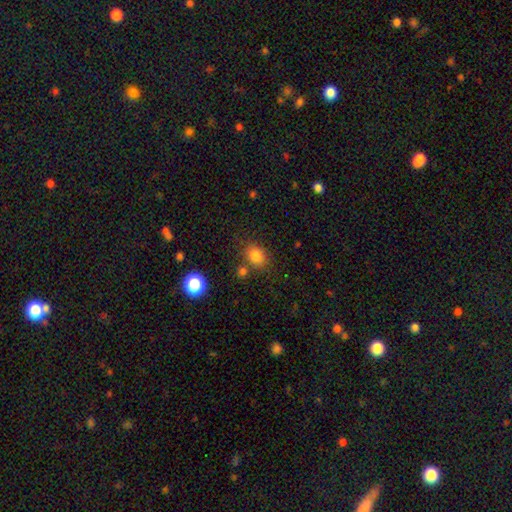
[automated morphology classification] Q: Smooth or featured?
A: smooth (82%); runner-up: star or artifact (12%)
Q: How rounded?
A: round (55%); runner-up: in between (44%)
Q: Merging?
A: none (73%); runner-up: minor disturbance (13%)